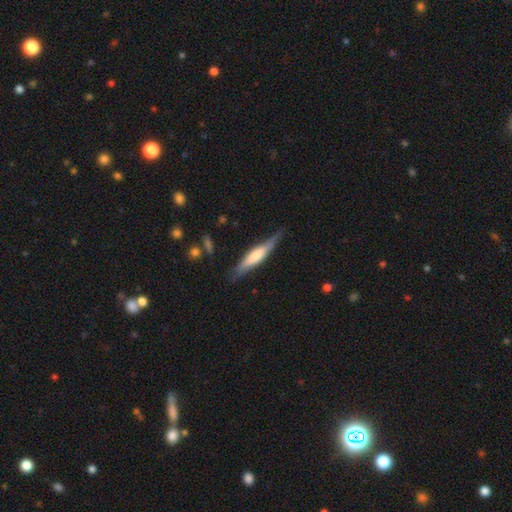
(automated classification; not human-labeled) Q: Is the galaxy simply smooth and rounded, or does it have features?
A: featured or disk — 48%.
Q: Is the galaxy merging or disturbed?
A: none — 75%.